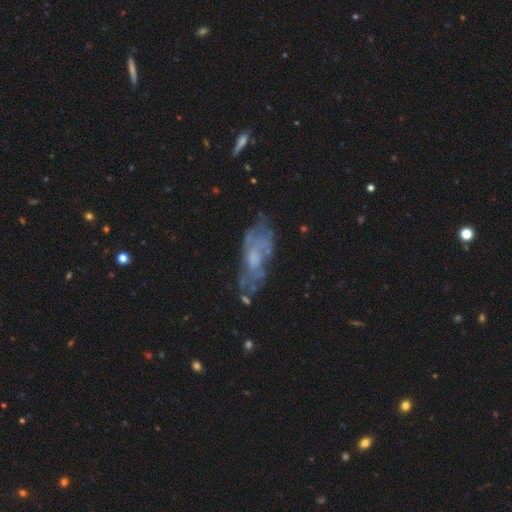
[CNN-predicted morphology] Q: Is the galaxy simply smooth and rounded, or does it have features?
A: featured or disk — 66%.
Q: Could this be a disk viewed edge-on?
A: no — 86%.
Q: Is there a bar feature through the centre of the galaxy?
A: no — 75%.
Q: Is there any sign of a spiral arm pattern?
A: no — 50%, tied with yes.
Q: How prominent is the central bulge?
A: moderate — 38%.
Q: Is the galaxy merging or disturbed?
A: none — 62%.